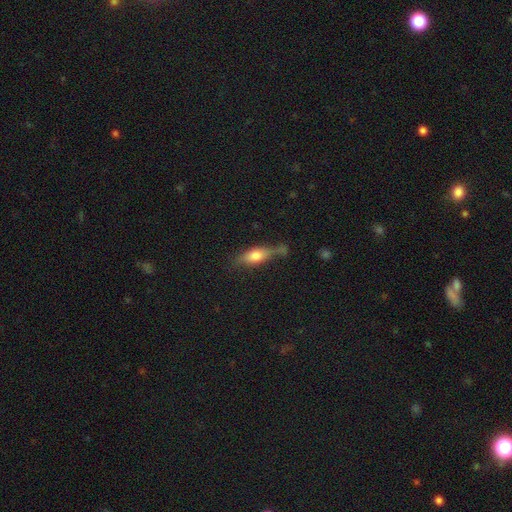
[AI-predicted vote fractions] Smooth or featured? smooth (61%)
How rounded? in between (60%)
Merging? none (48%)